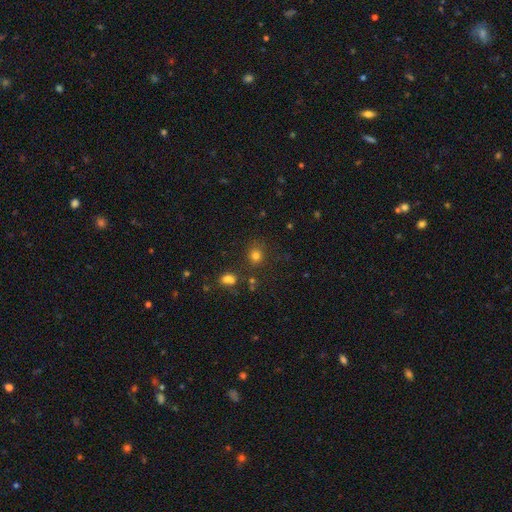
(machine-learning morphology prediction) Smooth or featured? smooth (77%)
How rounded? round (78%)
Merging? none (79%)